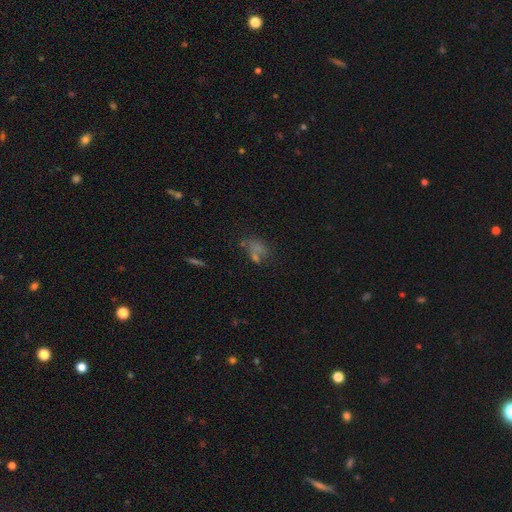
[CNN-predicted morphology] Smooth or featured?
  - smooth: 52% *
  - star or artifact: 28%
  - featured or disk: 20%
How rounded?
  - in between: 68% *
  - round: 28%
  - cigar-shaped: 4%
Merging?
  - none: 47% *
  - merger: 21%
  - minor disturbance: 17%
  - major disturbance: 15%